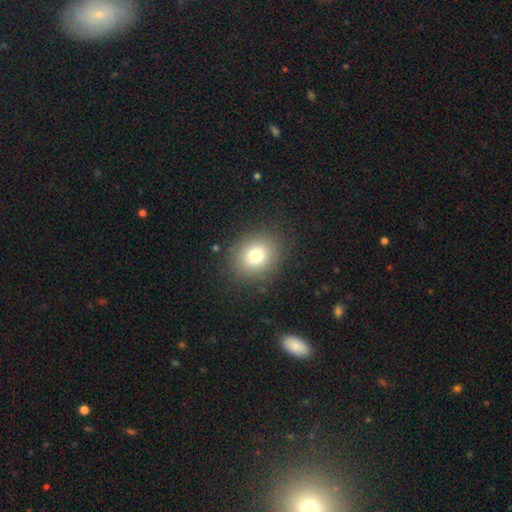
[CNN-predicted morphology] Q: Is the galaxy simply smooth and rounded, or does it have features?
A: smooth — 77%.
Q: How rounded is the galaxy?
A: round — 66%.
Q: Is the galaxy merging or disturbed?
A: none — 86%.